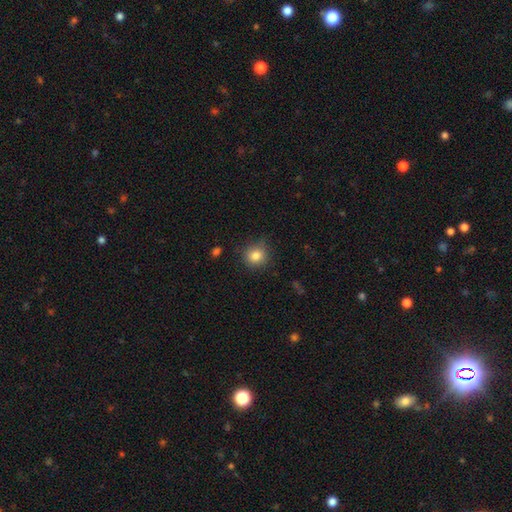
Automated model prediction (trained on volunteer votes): The model was most divided on "merging": none: 81%, minor disturbance: 14%, major disturbance: 3%, merger: 1%. More confident: how rounded — round (89%); smooth or featured — smooth (84%).